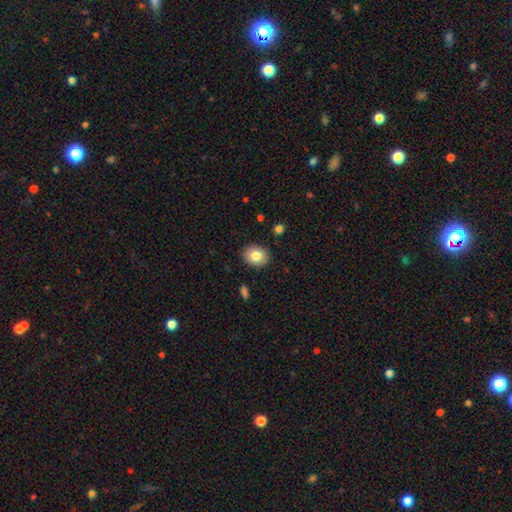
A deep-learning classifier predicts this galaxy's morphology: Overall: smooth (82%). How rounded: round (58%; in between 41%). Merging: none (88%).